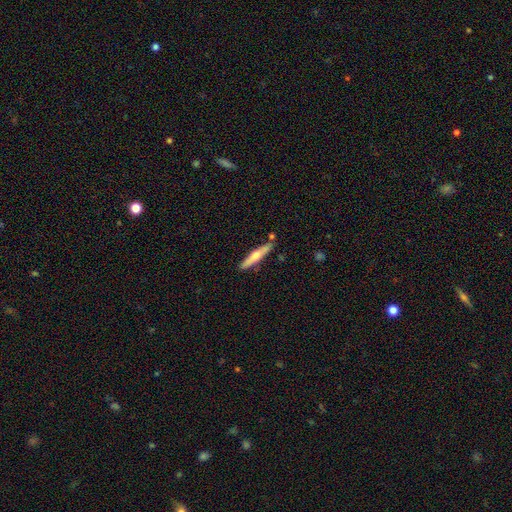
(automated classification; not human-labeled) Smooth or featured?
  - featured or disk: 48% *
  - smooth: 47%
  - star or artifact: 5%
Merging?
  - none: 82% *
  - minor disturbance: 11%
  - merger: 5%
  - major disturbance: 2%